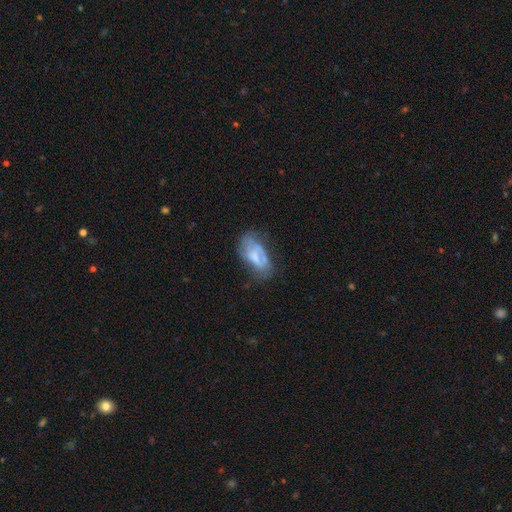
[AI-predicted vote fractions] Q: Smooth or featured?
A: smooth (46%); runner-up: featured or disk (45%)
Q: Merging?
A: none (40%); runner-up: minor disturbance (32%)